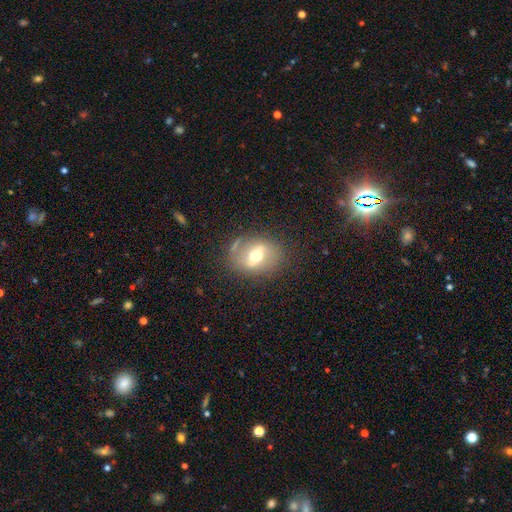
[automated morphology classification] This is possibly a featured or disk galaxy (52%). It is clearly not viewed edge-on (87%). Merging: likely none (72%).